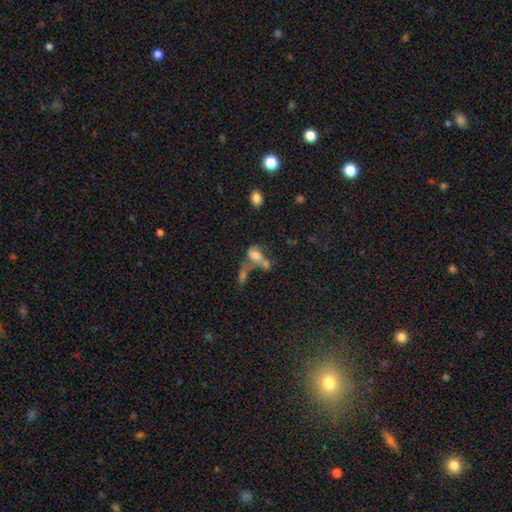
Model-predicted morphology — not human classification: A smooth galaxy with no disk features (56%) that is in between round and cigar-shaped (76%).

Vote fractions:
- Smooth or featured? smooth: 56% / featured or disk: 30% / star or artifact: 14%
- How rounded? in between: 76% / round: 20% / cigar-shaped: 4%
- Merging? merger: 52% / none: 19% / major disturbance: 18% / minor disturbance: 11%